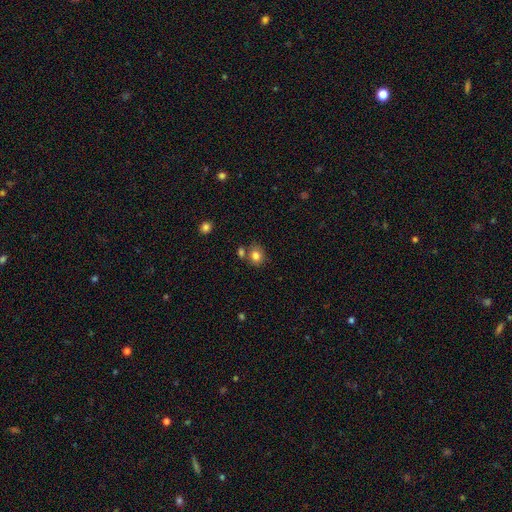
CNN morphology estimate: smooth_or_featured: smooth (p=0.82) [alt: star or artifact p=0.10]
how_rounded: round (p=0.67) [alt: in between p=0.32]
merging: none (p=0.66) [alt: merger p=0.18]